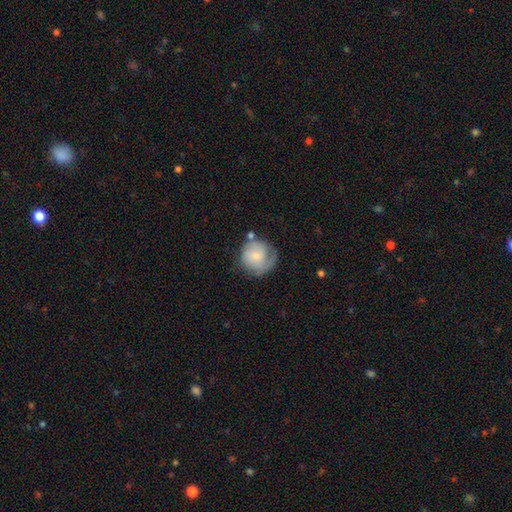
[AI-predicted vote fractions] The model was most divided on "smooth or featured": smooth: 55%, featured or disk: 38%, star or artifact: 7%. More confident: how rounded — round (88%); merging — none (53%).